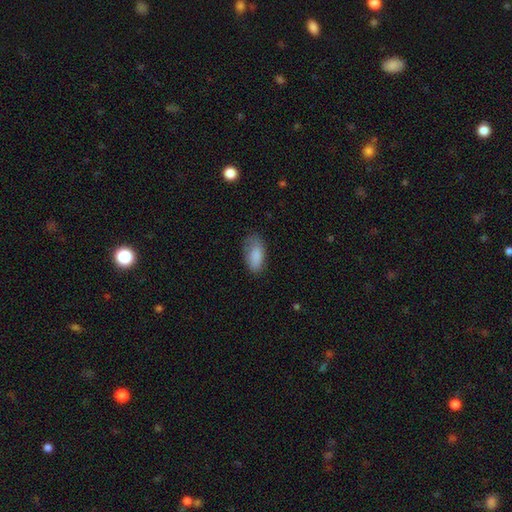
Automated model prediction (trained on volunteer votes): Overall: smooth (86%). How rounded: in between (91%). Merging: none (66%).